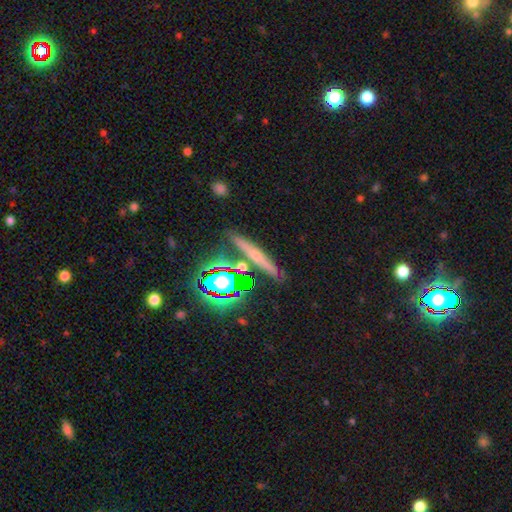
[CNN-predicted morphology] Smooth or featured: smooth — 40% (featured or disk — 39%)
Merging: none — 80% (minor disturbance — 10%)